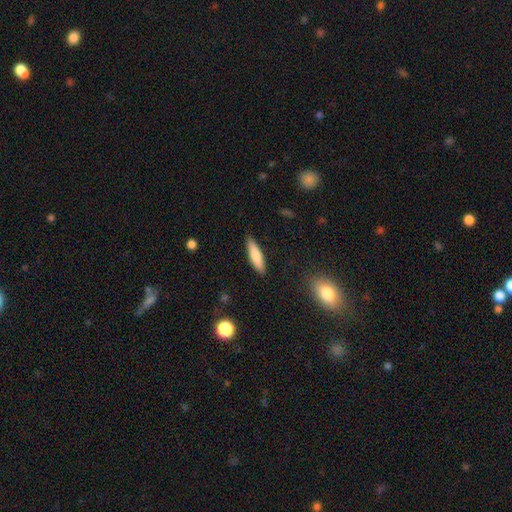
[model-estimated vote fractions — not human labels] This appears to be a smooth galaxy with no disk features (75%) that is cigar-shaped (72%). Merging: none (87%).